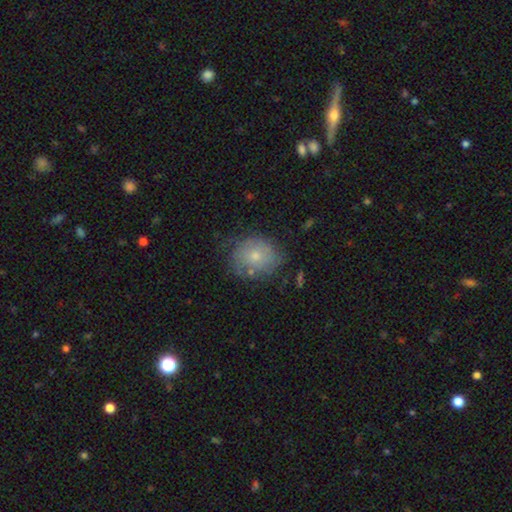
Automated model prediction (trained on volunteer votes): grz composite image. It shows a smooth galaxy with no disk features (60%) that is round (64%). Merging: none (61%).